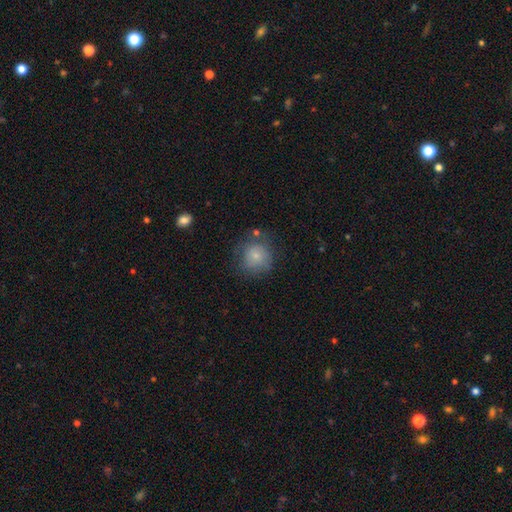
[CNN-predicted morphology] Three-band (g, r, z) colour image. It shows a smooth galaxy with no disk features (79%) that is round (89%). Merging: none (68%).